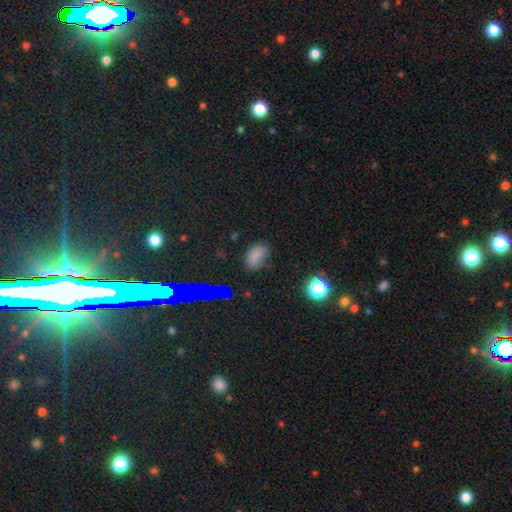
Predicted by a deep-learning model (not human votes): Smooth or featured? smooth (71%)
How rounded? in between (86%)
Merging? none (65%)